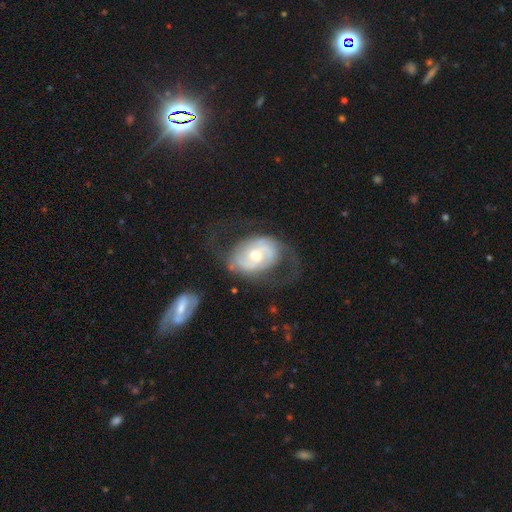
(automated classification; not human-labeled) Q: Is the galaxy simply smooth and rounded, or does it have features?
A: featured or disk — 77%.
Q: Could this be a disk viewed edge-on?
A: no — 96%.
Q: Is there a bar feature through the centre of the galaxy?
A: no — 54%.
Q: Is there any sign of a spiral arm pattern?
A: yes — 82%.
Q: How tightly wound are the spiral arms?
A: medium — 40%.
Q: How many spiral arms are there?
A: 2 — 76%.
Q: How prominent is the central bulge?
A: moderate — 59%.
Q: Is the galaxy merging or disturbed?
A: none — 56%.